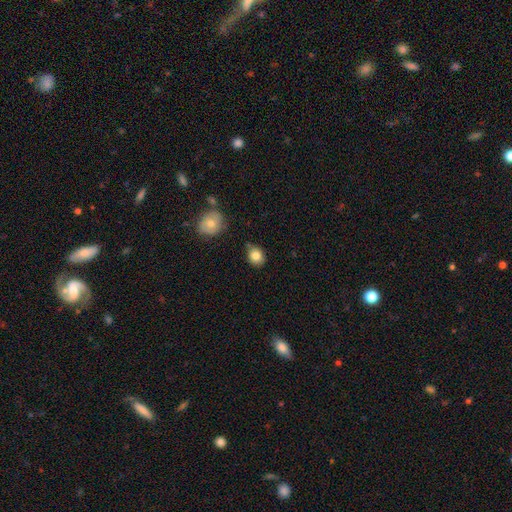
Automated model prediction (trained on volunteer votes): Q: Smooth or featured?
A: smooth (82%); runner-up: star or artifact (9%)
Q: How rounded?
A: round (61%); runner-up: in between (38%)
Q: Merging?
A: none (75%); runner-up: minor disturbance (19%)